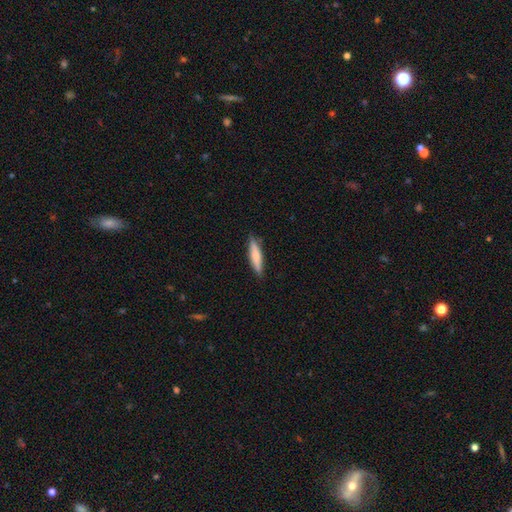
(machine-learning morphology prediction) Smooth or featured?
  - smooth: 70% *
  - featured or disk: 24%
  - star or artifact: 5%
How rounded?
  - cigar-shaped: 83% *
  - in between: 16%
  - round: 1%
Merging?
  - none: 87% *
  - minor disturbance: 10%
  - major disturbance: 2%
  - merger: 1%